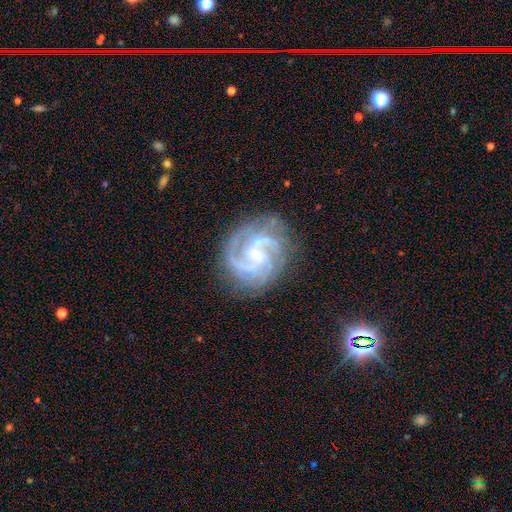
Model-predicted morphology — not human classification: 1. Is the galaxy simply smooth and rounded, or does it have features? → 88% featured or disk, 6% star or artifact, 5% smooth.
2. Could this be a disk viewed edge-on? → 98% no, 2% yes.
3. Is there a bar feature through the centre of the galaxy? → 47% weak, 38% no, 16% strong.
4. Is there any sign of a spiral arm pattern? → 97% yes, 3% no.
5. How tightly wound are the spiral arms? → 54% tight, 39% medium, 7% loose.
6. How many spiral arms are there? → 33% 3, 29% 2, 16% can't tell, 12% 4, 6% more than 4, 6% 1.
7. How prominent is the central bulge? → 67% small, 21% moderate, 9% none, 2% large, 1% dominant.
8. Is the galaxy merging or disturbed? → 72% none, 16% minor disturbance, 8% major disturbance, 3% merger.